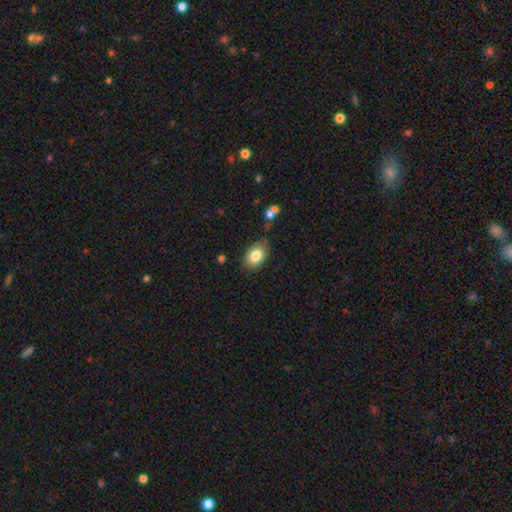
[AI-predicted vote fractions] Morphology: type=smooth (82%); roundness=in between (85%); merging=none (80%).